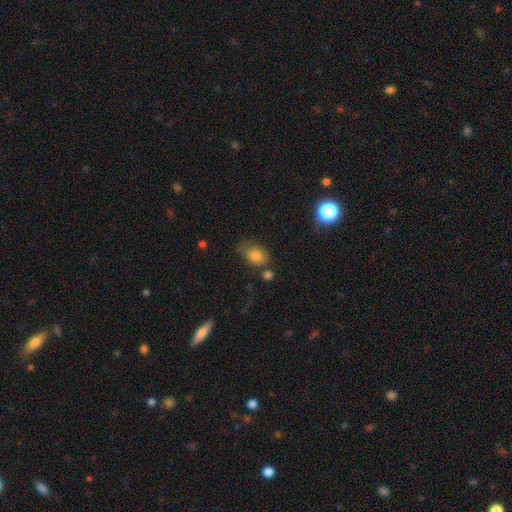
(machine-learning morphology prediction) A smooth galaxy with no disk features (79%) that is in between round and cigar-shaped (77%). Merging: none (56%).